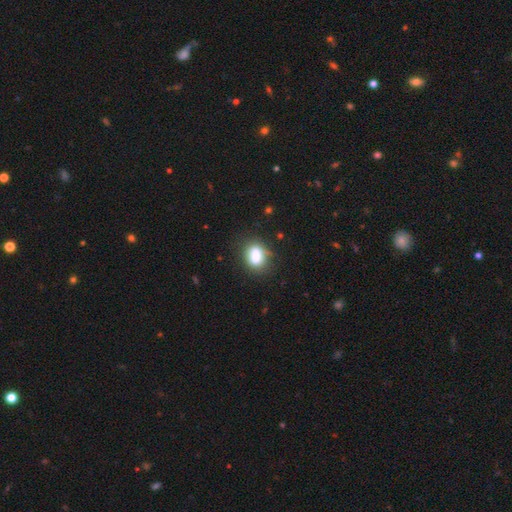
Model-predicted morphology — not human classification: A smooth galaxy with no disk features (81%) that is in between round and cigar-shaped (71%).

Vote fractions:
- Smooth or featured? smooth: 81% / star or artifact: 10% / featured or disk: 9%
- How rounded? in between: 71% / round: 26% / cigar-shaped: 2%
- Merging? none: 72% / minor disturbance: 18% / major disturbance: 6% / merger: 3%